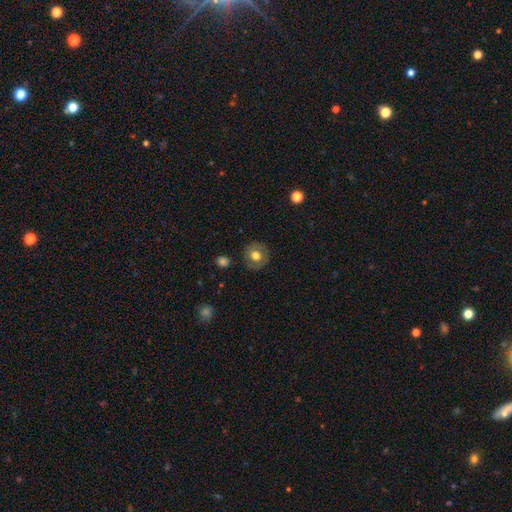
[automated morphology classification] Smooth or featured? smooth (63%)
How rounded? round (89%)
Merging? none (86%)